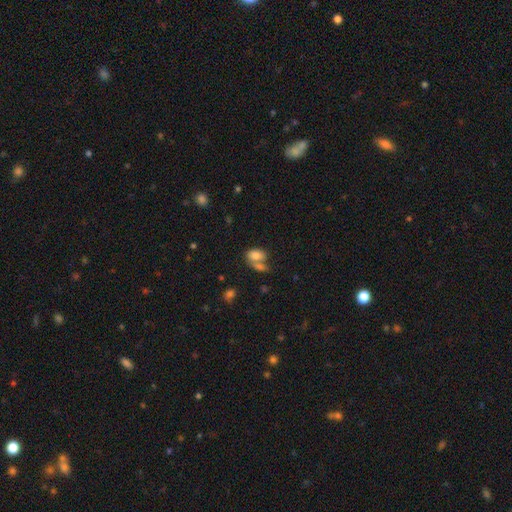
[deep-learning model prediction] This appears to be a smooth galaxy with no disk features (79%) that is in between round and cigar-shaped (86%). Merging: merger (48%).